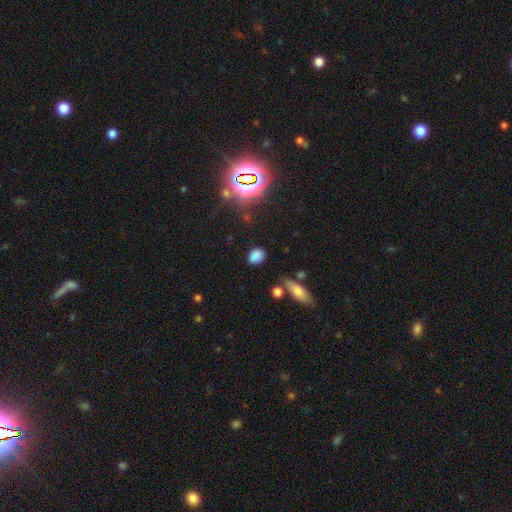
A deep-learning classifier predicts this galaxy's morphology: type=smooth (77%); roundness=in between (59%); merging=none (79%).